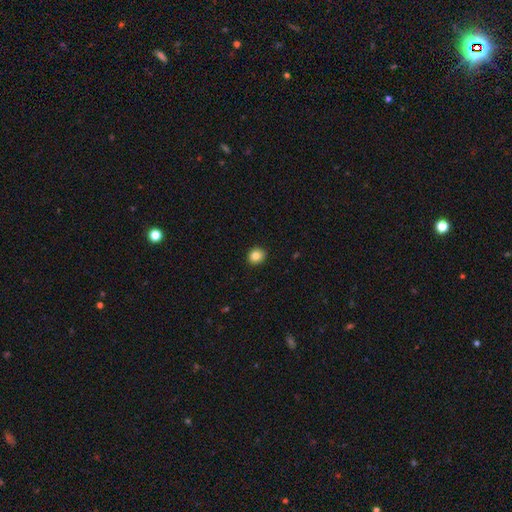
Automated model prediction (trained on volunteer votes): smooth-or-featured: smooth: 84% | star or artifact: 10% | featured or disk: 6%
  how-rounded: round: 79% | in between: 20% | cigar-shaped: 1%
  merging: none: 92% | minor disturbance: 6% | major disturbance: 2% | merger: 1%